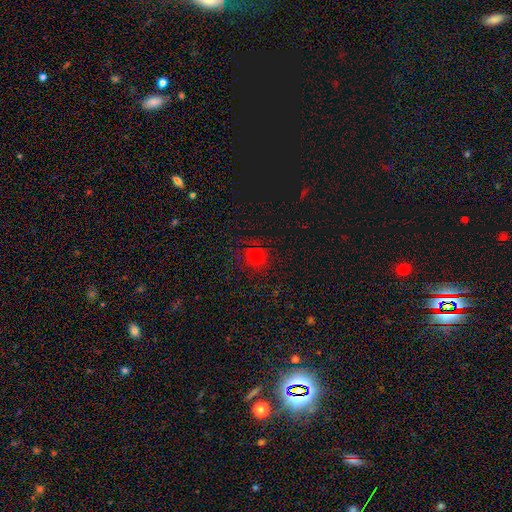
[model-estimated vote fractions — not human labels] Smooth or featured? smooth (71%)
How rounded? round (90%)
Merging? none (82%)